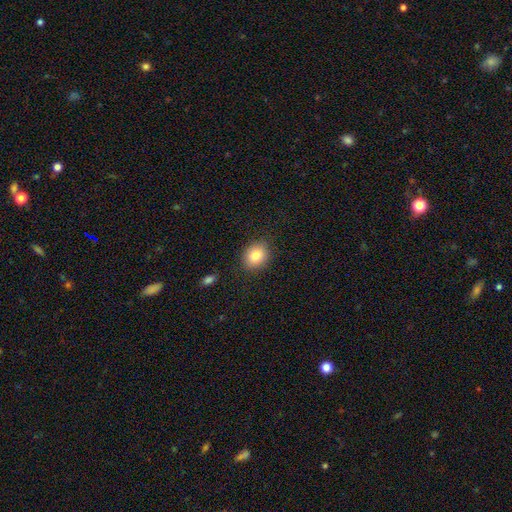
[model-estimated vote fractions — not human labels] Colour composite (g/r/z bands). It shows a smooth galaxy with no disk features (82%) that is round (64%). Merging: none (87%).